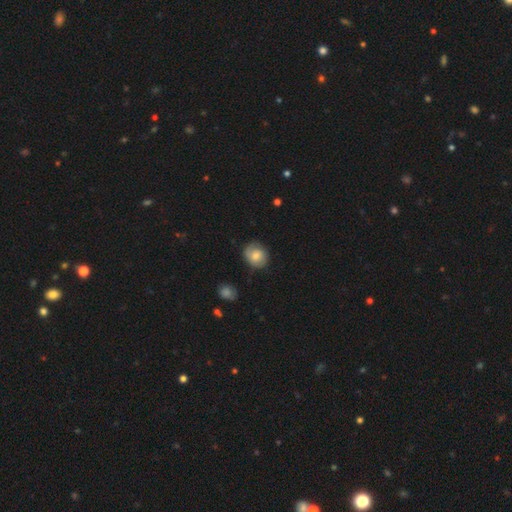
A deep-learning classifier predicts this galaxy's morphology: Smooth or featured? smooth (56%)
How rounded? round (73%)
Merging? none (74%)